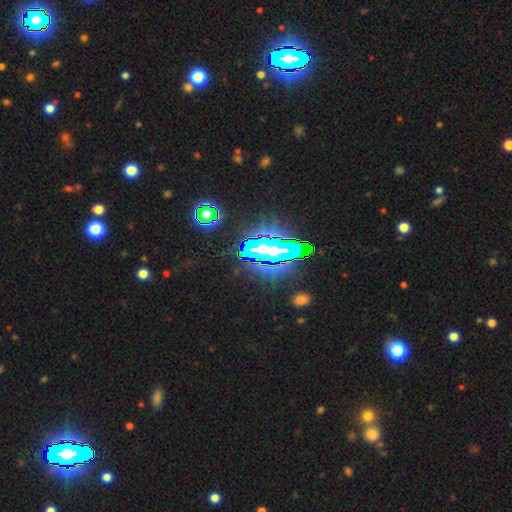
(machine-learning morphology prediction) Smooth or featured? Predicted: star or artifact (p=0.62).